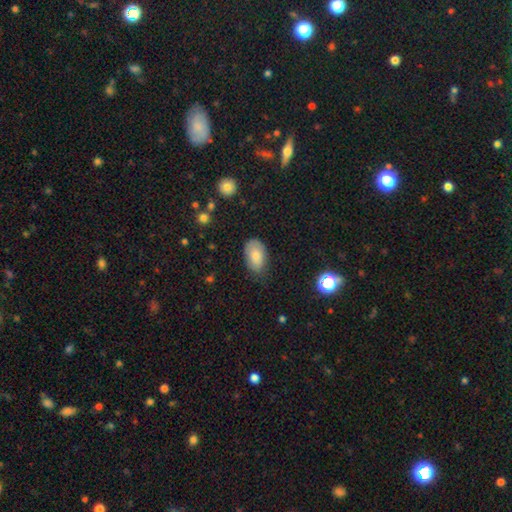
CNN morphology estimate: This appears to be a smooth galaxy with no disk features (81%) that is in between round and cigar-shaped (93%). Merging: none (68%).